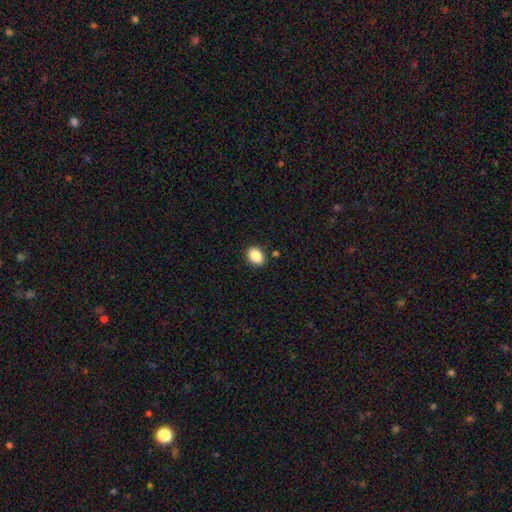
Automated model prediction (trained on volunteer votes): Smooth or featured: smooth — 87% (star or artifact — 9%)
How rounded: in between — 68% (round — 31%)
Merging: none — 88% (minor disturbance — 8%)